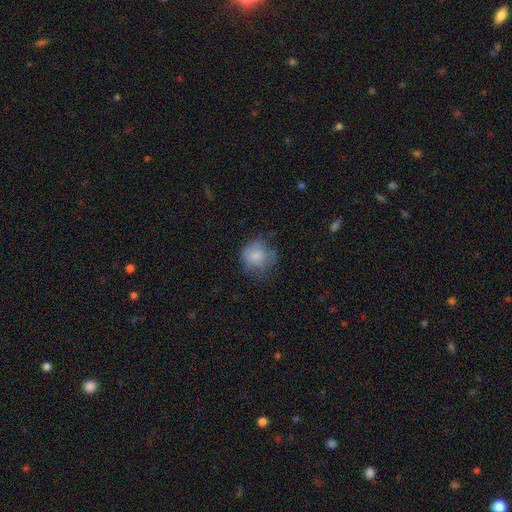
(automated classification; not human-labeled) A smooth galaxy with no disk features (74%) that is round (77%).

Vote fractions:
- Smooth or featured? smooth: 74% / featured or disk: 16% / star or artifact: 9%
- How rounded? round: 77% / in between: 22% / cigar-shaped: 1%
- Merging? none: 50% / minor disturbance: 29% / major disturbance: 19% / merger: 2%